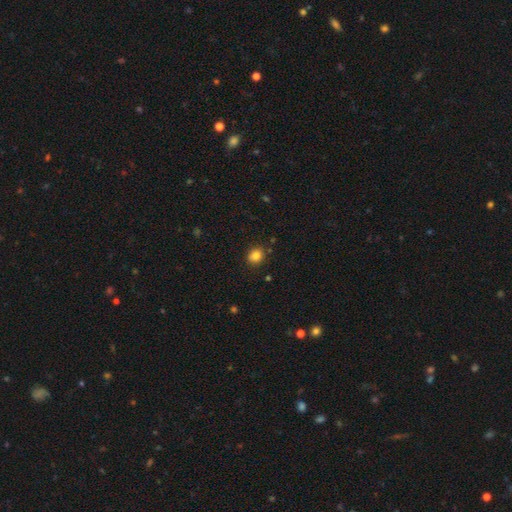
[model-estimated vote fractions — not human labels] Smooth or featured: smooth — 83% (star or artifact — 12%)
How rounded: round — 78% (in between — 21%)
Merging: none — 86% (minor disturbance — 9%)